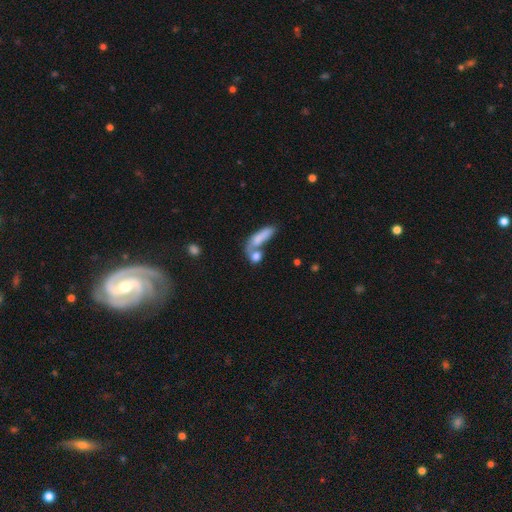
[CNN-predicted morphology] smooth-or-featured: smooth: 58% | featured or disk: 29% | star or artifact: 14%
  how-rounded: in between: 45% | cigar-shaped: 43% | round: 12%
  merging: merger: 42% | none: 37% | minor disturbance: 12% | major disturbance: 9%